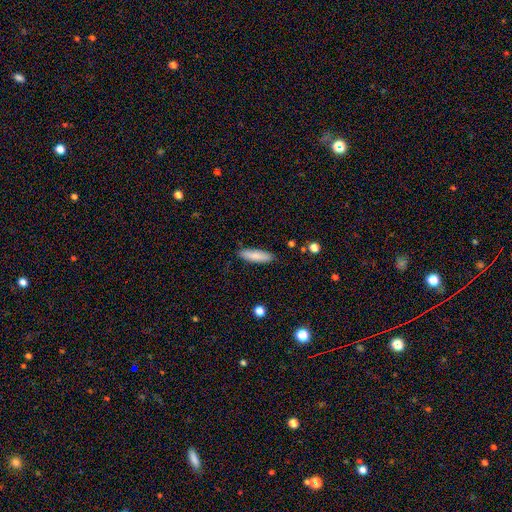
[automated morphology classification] smooth-or-featured: smooth: 84% | featured or disk: 10% | star or artifact: 6%
  how-rounded: cigar-shaped: 60% | in between: 38% | round: 2%
  merging: none: 88% | minor disturbance: 9% | major disturbance: 2% | merger: 1%